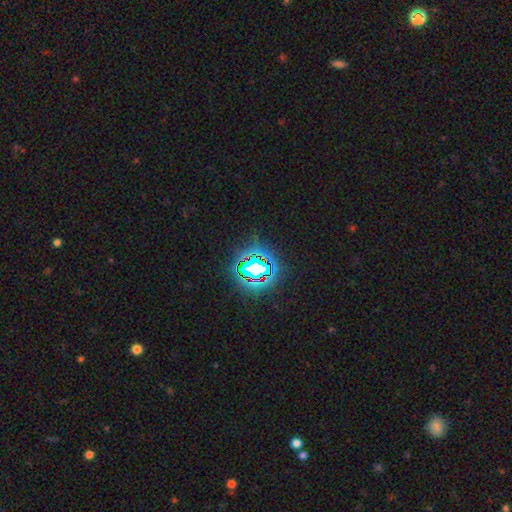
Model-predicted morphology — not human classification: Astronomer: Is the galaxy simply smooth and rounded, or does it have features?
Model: star or artifact — 79%.